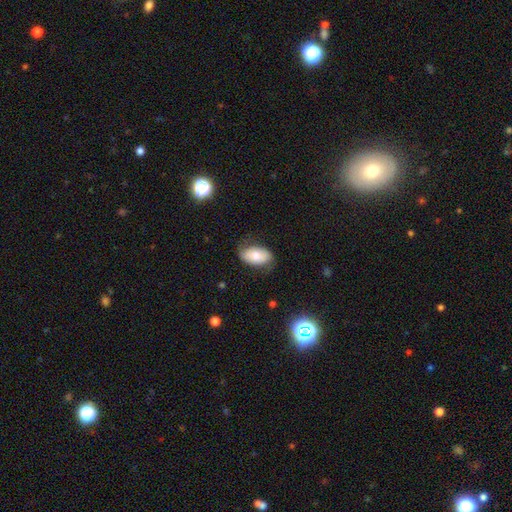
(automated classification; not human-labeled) The model was most divided on "merging": none: 66%, minor disturbance: 24%, major disturbance: 8%, merger: 1%. More confident: how rounded — in between (93%); smooth or featured — smooth (69%).